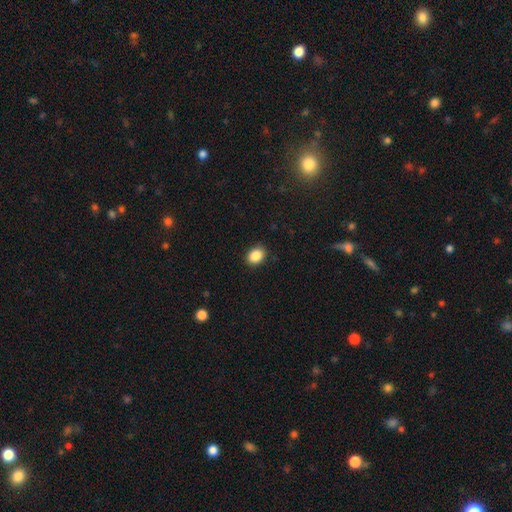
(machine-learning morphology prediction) Smooth or featured? smooth (88%)
How rounded? in between (55%)
Merging? none (89%)